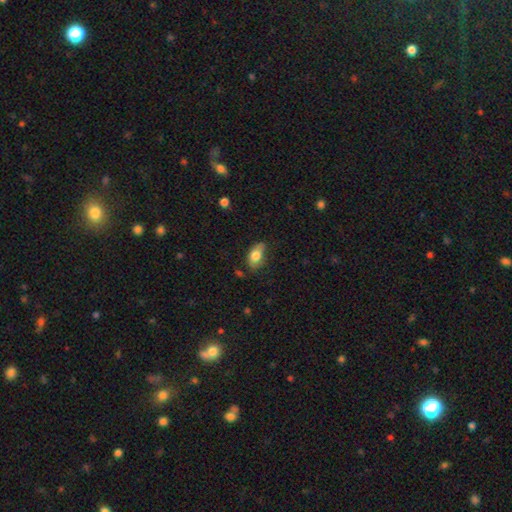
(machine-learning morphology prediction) Q: Smooth or featured?
A: smooth (77%); runner-up: featured or disk (16%)
Q: How rounded?
A: in between (90%); runner-up: round (8%)
Q: Merging?
A: none (61%); runner-up: minor disturbance (30%)